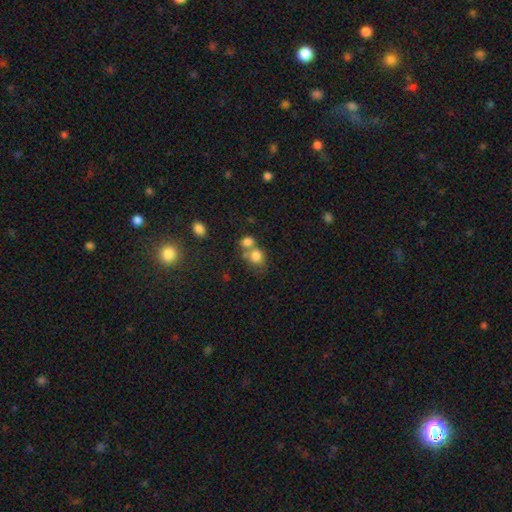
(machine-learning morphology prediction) Smooth or featured?
  - smooth: 78% *
  - featured or disk: 11%
  - star or artifact: 11%
How rounded?
  - round: 64% *
  - in between: 35%
  - cigar-shaped: 1%
Merging?
  - merger: 52% *
  - none: 33%
  - minor disturbance: 10%
  - major disturbance: 5%